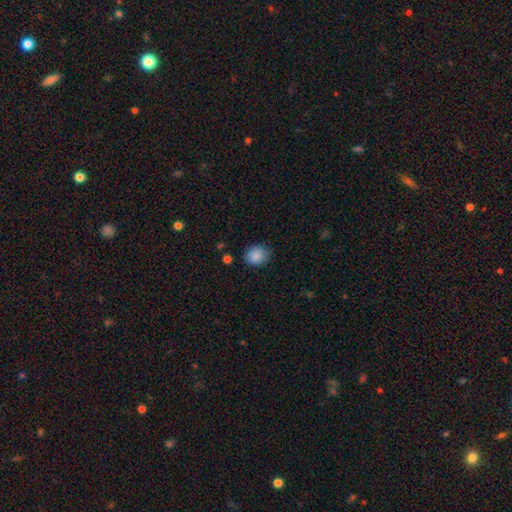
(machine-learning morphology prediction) smooth 88%, star or artifact 8%, featured or disk 4%. Down the decision tree: how rounded — round (66%); merging — none (79%).